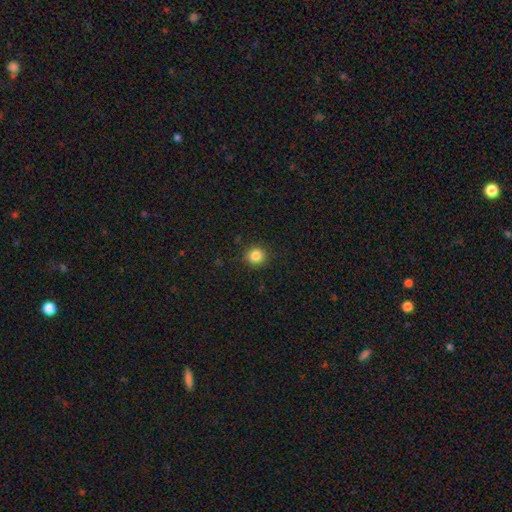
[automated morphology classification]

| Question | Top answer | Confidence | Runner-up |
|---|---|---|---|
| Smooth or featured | smooth | 84% | star or artifact (11%) |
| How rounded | round | 92% | in between (7%) |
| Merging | none | 90% | minor disturbance (6%) |